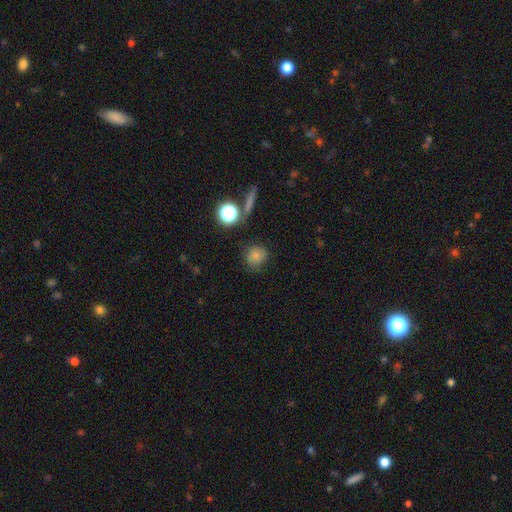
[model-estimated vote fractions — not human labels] Smooth or featured?
  - smooth: 76% *
  - star or artifact: 15%
  - featured or disk: 9%
How rounded?
  - round: 86% *
  - in between: 13%
  - cigar-shaped: 1%
Merging?
  - none: 77% *
  - minor disturbance: 15%
  - major disturbance: 4%
  - merger: 3%